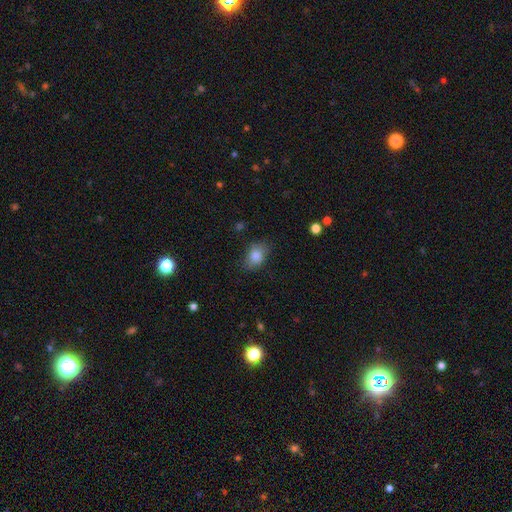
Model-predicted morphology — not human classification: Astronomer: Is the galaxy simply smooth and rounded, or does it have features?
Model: smooth — 84%.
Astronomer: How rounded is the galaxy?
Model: in between — 76%.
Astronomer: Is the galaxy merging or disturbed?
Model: none — 74%.